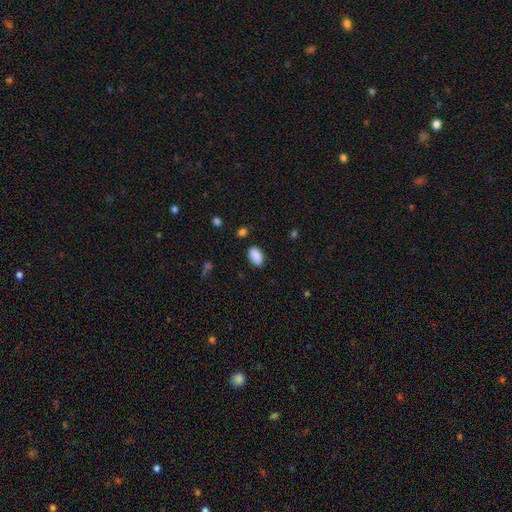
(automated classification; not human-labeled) This is clearly a smooth galaxy (90%). How rounded: clearly in between (92%). Merging: clearly none (85%).